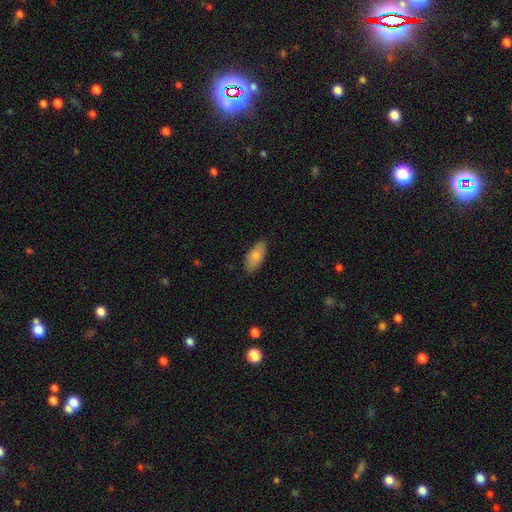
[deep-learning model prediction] Morphology: type=smooth (81%); roundness=in between (87%); merging=none (84%).